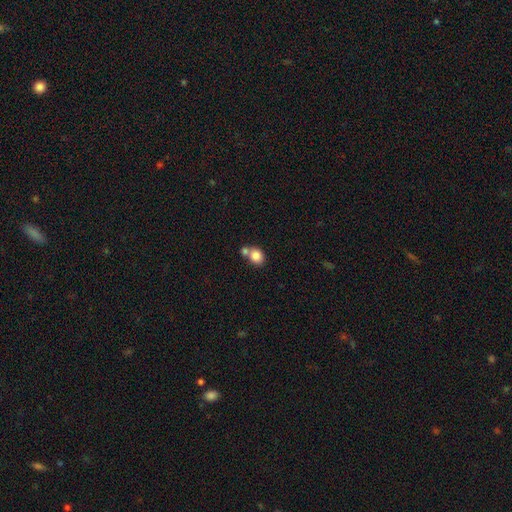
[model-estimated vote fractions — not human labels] The model was most divided on "merging": merger: 44%, none: 43%, minor disturbance: 9%, major disturbance: 3%. More confident: smooth or featured — smooth (83%); how rounded — round (63%).